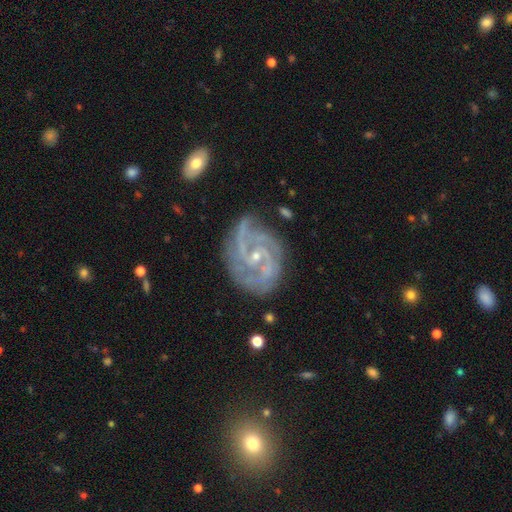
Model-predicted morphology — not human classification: type=featured or disk (90%); edge-on=no (98%); bar=no (54%); spiral arms=yes (98%); winding=tight (59%); arm count=3 (32%); bulge=small (75%); merging=none (69%).